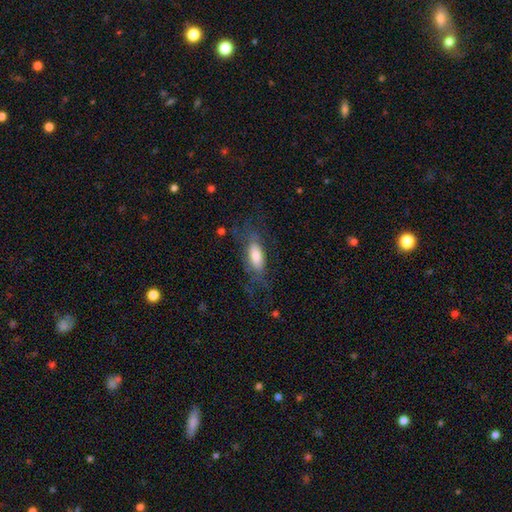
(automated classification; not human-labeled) Overall: smooth (61%; featured or disk 31%). How rounded: in between (73%). Merging: none (58%; minor disturbance 22%).